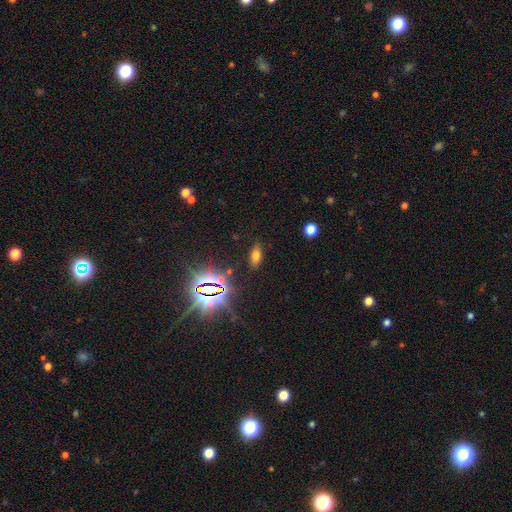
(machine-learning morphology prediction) This appears to be a smooth galaxy with no disk features (61%) that is in between round and cigar-shaped (84%). Merging: none (86%).